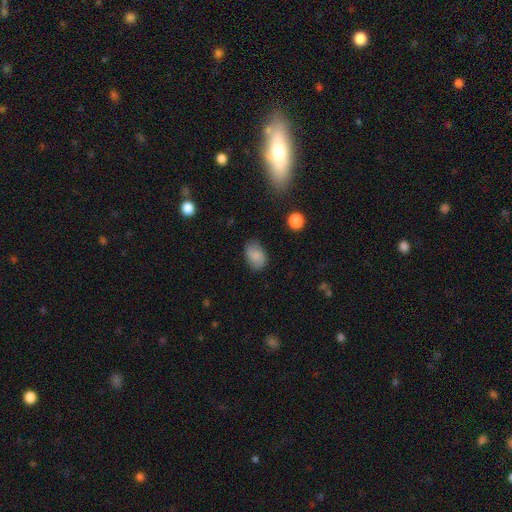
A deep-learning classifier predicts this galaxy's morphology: This is likely a smooth galaxy (78%). How rounded: clearly in between (83%). Merging: likely none (78%).